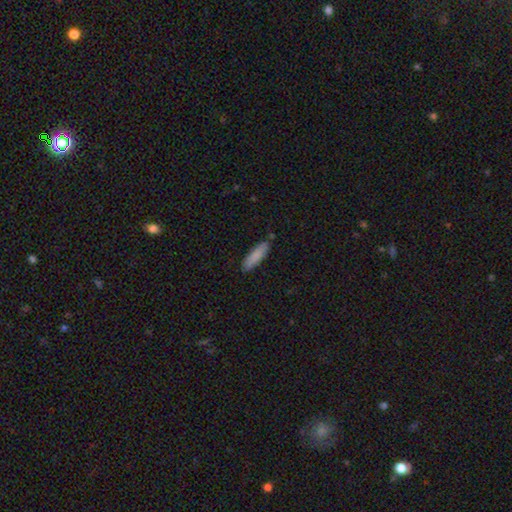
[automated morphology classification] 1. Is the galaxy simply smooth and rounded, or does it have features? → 86% smooth, 8% featured or disk, 6% star or artifact.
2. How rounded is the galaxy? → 64% cigar-shaped, 35% in between, 1% round.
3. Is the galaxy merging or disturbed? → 84% none, 11% minor disturbance, 3% merger, 2% major disturbance.